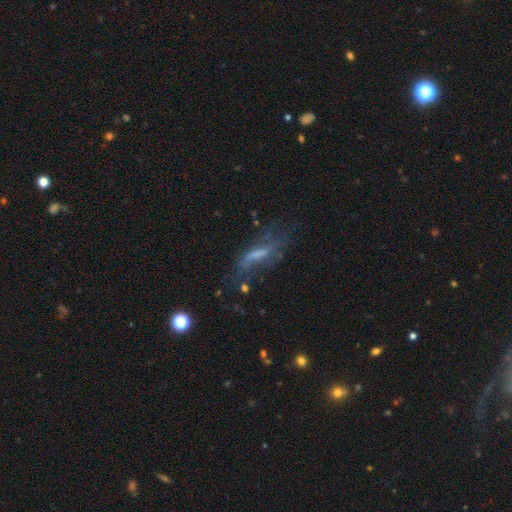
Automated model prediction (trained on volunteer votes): featured or disk 54%, smooth 33%, star or artifact 14%. Down the decision tree: edge-on disk — no (69%); merging — none (49%).